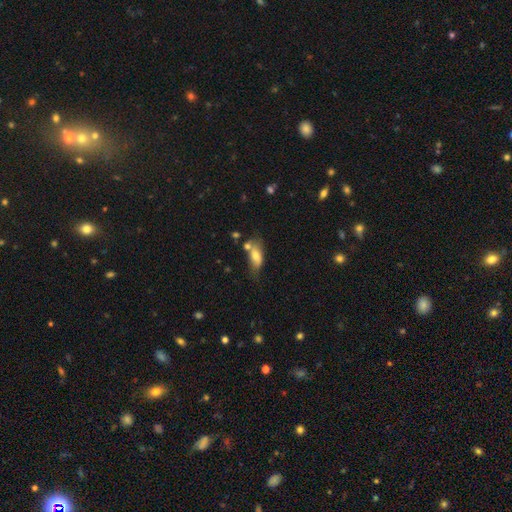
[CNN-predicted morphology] Smooth or featured: smooth — 71% (featured or disk — 21%)
How rounded: in between — 84% (cigar-shaped — 11%)
Merging: none — 43% (minor disturbance — 25%)